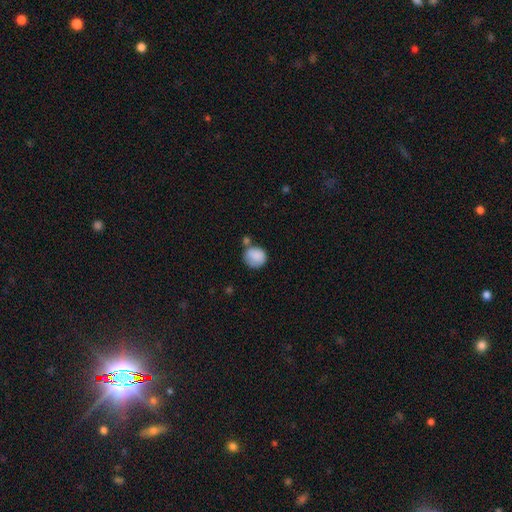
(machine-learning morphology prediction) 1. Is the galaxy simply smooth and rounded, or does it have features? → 86% smooth, 7% star or artifact, 6% featured or disk.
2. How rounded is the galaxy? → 83% round, 16% in between, 1% cigar-shaped.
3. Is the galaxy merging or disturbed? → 54% none, 20% minor disturbance, 18% merger, 8% major disturbance.